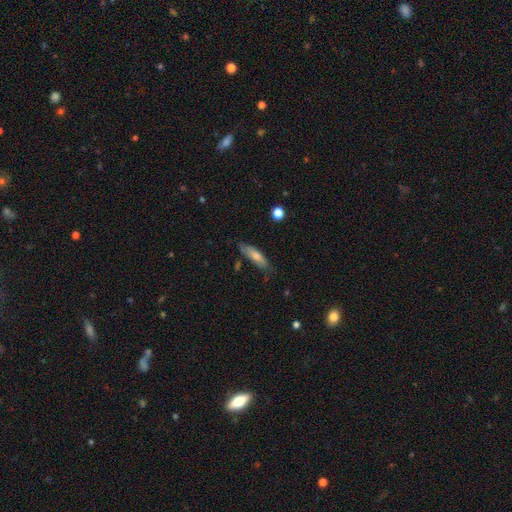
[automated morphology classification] Smooth or featured: smooth — 51% (featured or disk — 38%)
How rounded: cigar-shaped — 65% (in between — 32%)
Merging: none — 74% (minor disturbance — 19%)